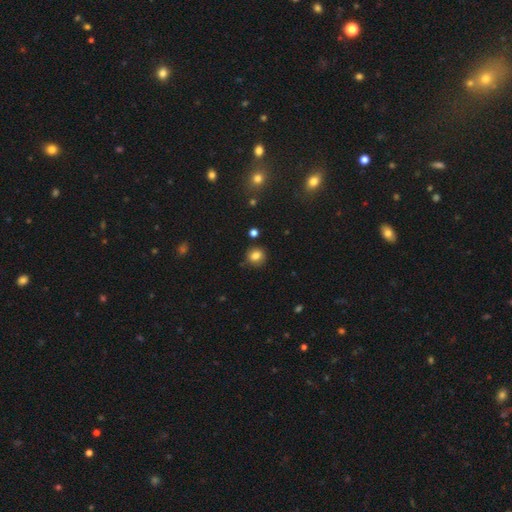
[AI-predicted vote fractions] A smooth galaxy with no disk features (81%) that is round (88%).

Vote fractions:
- Smooth or featured? smooth: 81% / star or artifact: 12% / featured or disk: 7%
- How rounded? round: 88% / in between: 11% / cigar-shaped: 1%
- Merging? none: 86% / minor disturbance: 9% / merger: 2% / major disturbance: 2%